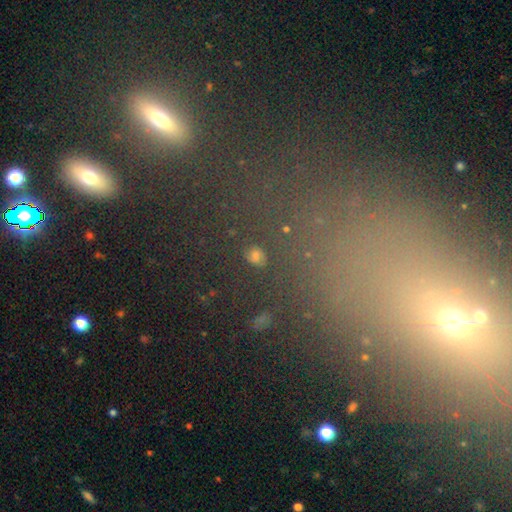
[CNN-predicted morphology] A smooth galaxy with no disk features (60%) that is round (66%).

Vote fractions:
- Smooth or featured? smooth: 60% / star or artifact: 32% / featured or disk: 8%
- How rounded? round: 66% / in between: 31% / cigar-shaped: 4%
- Merging? none: 84% / minor disturbance: 8% / major disturbance: 4% / merger: 4%